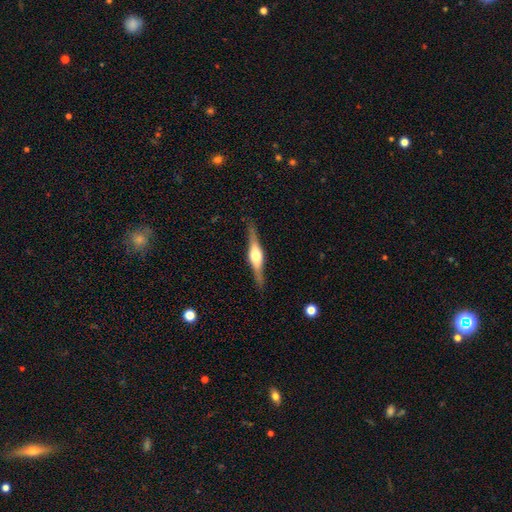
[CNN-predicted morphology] smooth_or_featured: featured or disk (p=0.79) [alt: smooth p=0.16]
disk_edge_on: yes (p=0.98) [alt: no p=0.02]
edge_on_bulge: rounded (p=0.90) [alt: boxy p=0.08]
merging: none (p=0.89) [alt: minor disturbance p=0.08]